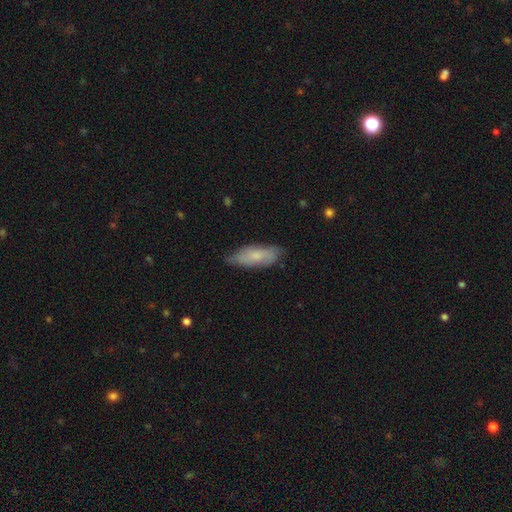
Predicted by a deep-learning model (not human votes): Smooth or featured?
  - smooth: 70% *
  - featured or disk: 24%
  - star or artifact: 6%
How rounded?
  - in between: 66% *
  - cigar-shaped: 32%
  - round: 2%
Merging?
  - none: 72% *
  - minor disturbance: 23%
  - major disturbance: 4%
  - merger: 1%